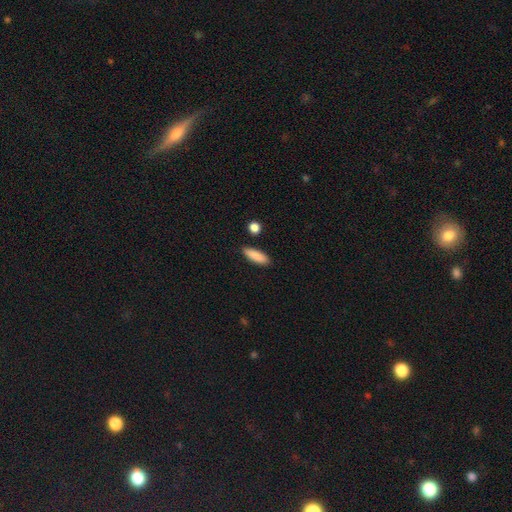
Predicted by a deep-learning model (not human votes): Smooth or featured: smooth — 89% (star or artifact — 6%)
How rounded: in between — 55% (cigar-shaped — 43%)
Merging: none — 87% (minor disturbance — 8%)